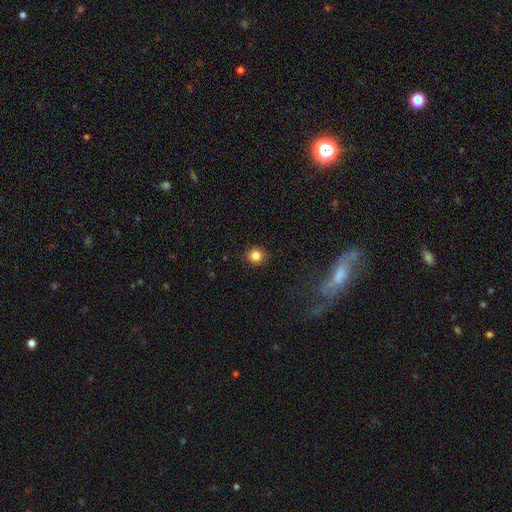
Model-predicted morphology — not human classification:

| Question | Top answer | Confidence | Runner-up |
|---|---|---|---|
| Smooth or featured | smooth | 83% | star or artifact (12%) |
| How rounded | round | 93% | in between (6%) |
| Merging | none | 91% | minor disturbance (6%) |